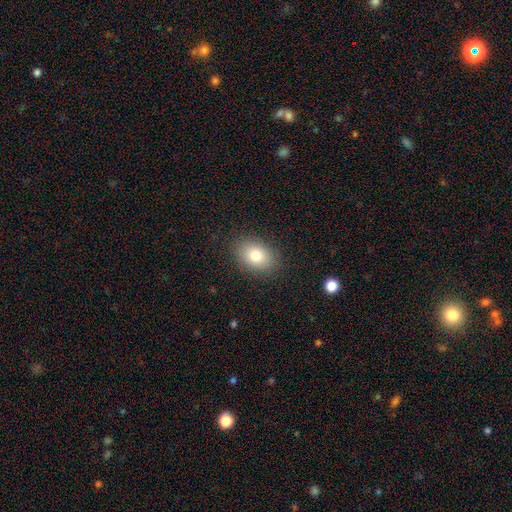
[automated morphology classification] Smooth or featured?
  - smooth: 81% *
  - featured or disk: 10%
  - star or artifact: 9%
How rounded?
  - in between: 79% *
  - round: 20%
  - cigar-shaped: 1%
Merging?
  - none: 86% *
  - minor disturbance: 10%
  - major disturbance: 3%
  - merger: 1%